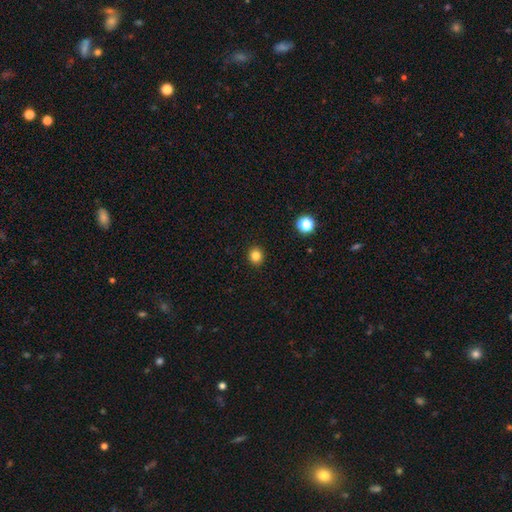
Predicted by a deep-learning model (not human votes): This appears to be a smooth galaxy with no disk features (83%) that is round (78%). Merging: none (92%).